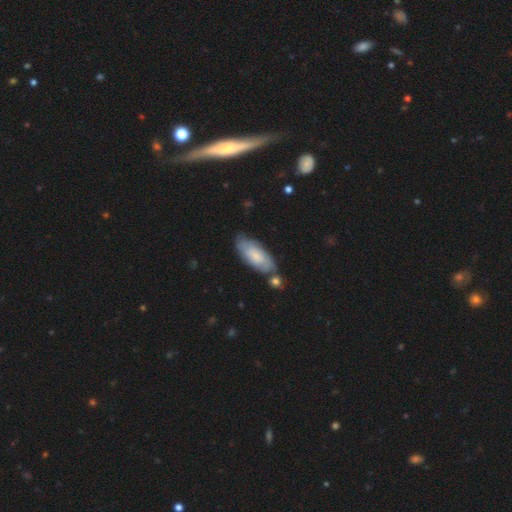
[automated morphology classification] Overall: smooth (55%; featured or disk 39%). How rounded: in between (79%). Merging: none (67%).